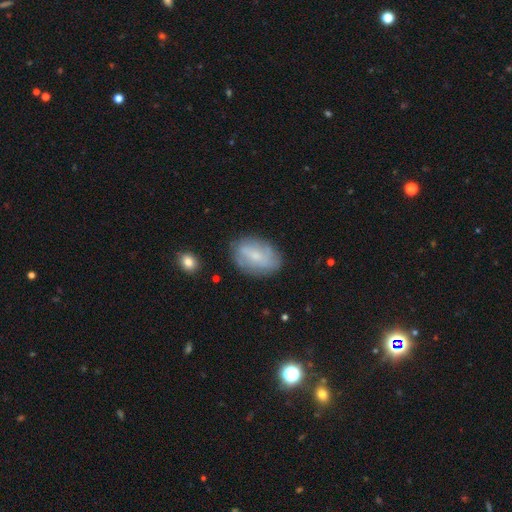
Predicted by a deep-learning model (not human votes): This is possibly a smooth galaxy (51%). How rounded: clearly in between (85%). Merging: likely none (74%).